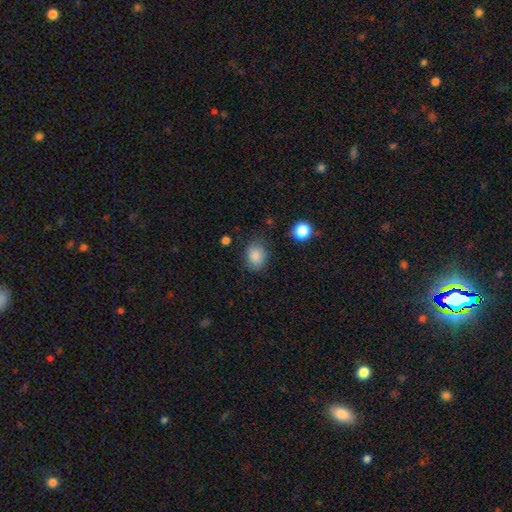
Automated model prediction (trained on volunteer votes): smooth 85%, star or artifact 10%, featured or disk 5%. Down the decision tree: how rounded — in between (53%); merging — none (76%).